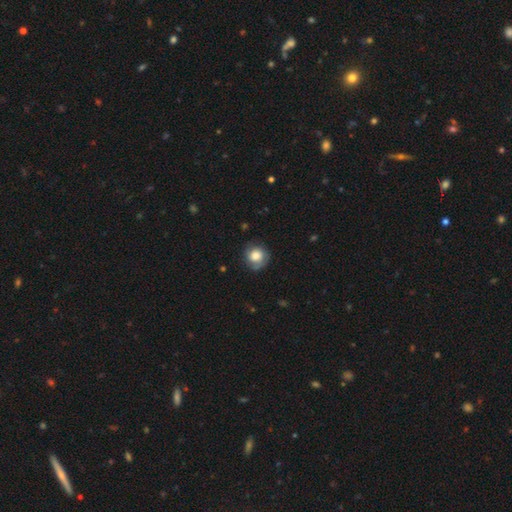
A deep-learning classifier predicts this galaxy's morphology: A smooth galaxy with no disk features (70%) that is round (85%).

Vote fractions:
- Smooth or featured? smooth: 70% / featured or disk: 22% / star or artifact: 8%
- How rounded? round: 85% / in between: 14% / cigar-shaped: 1%
- Merging? none: 70% / minor disturbance: 21% / major disturbance: 7% / merger: 1%